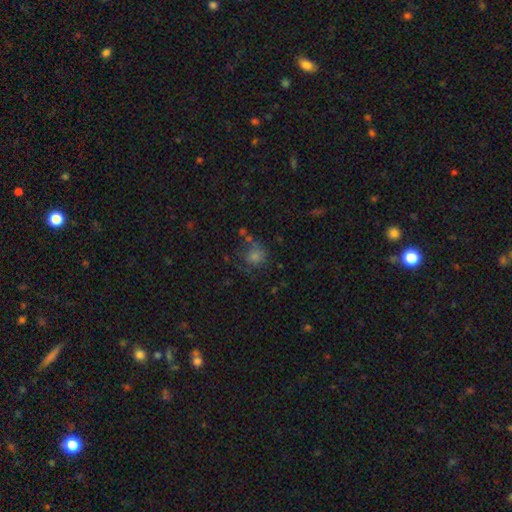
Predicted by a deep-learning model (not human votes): Smooth or featured? smooth (65%)
How rounded? round (84%)
Merging? none (58%)